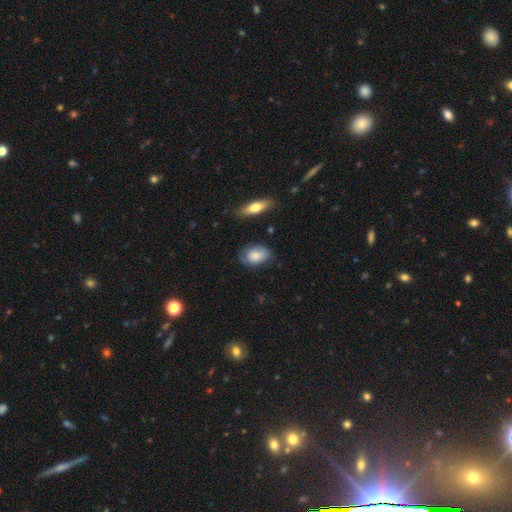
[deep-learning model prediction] This appears to be a smooth galaxy with no disk features (75%) that is in between round and cigar-shaped (84%). Merging: none (65%).